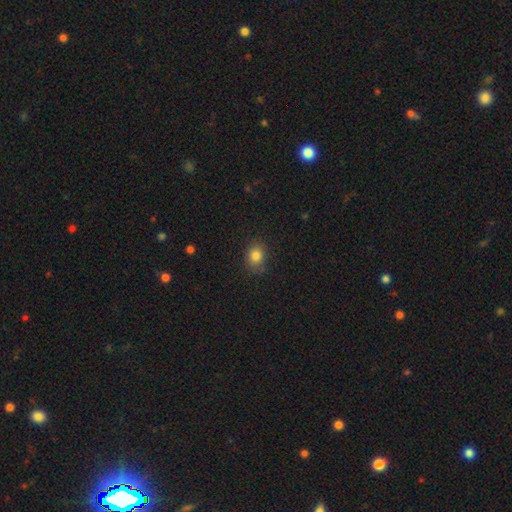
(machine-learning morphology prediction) A smooth galaxy with no disk features (83%) that is round (54%). Merging: none (80%).